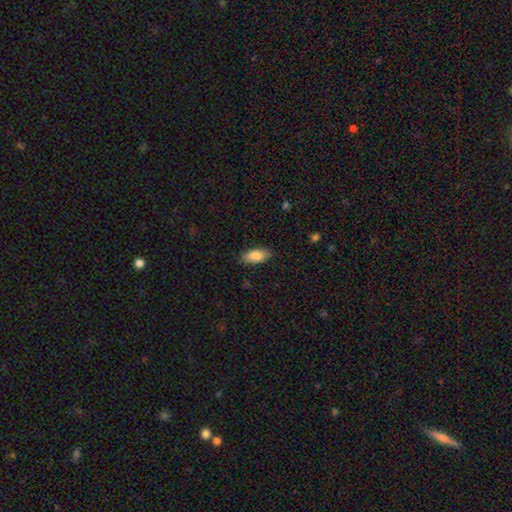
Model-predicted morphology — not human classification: A smooth galaxy with no disk features (85%) that is in between round and cigar-shaped (87%).

Vote fractions:
- Smooth or featured? smooth: 85% / featured or disk: 8% / star or artifact: 6%
- How rounded? in between: 87% / cigar-shaped: 11% / round: 2%
- Merging? none: 85% / minor disturbance: 11% / major disturbance: 3% / merger: 1%